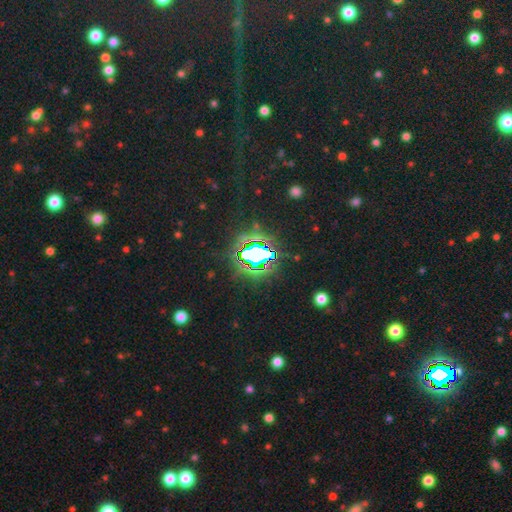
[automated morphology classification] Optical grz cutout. It shows a star or artifact, not a galaxy (75%).